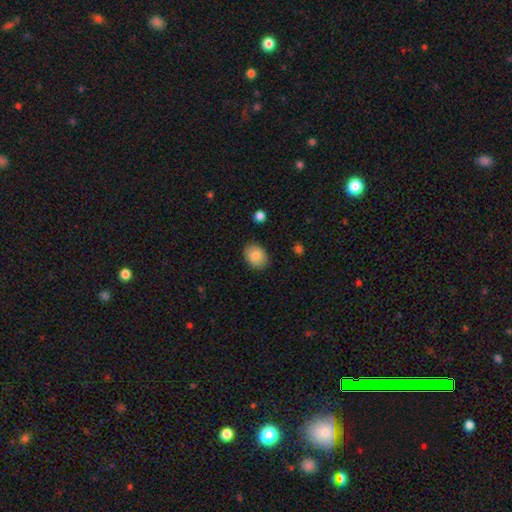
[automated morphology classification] Smooth or featured?
  - smooth: 84% *
  - featured or disk: 8%
  - star or artifact: 7%
How rounded?
  - in between: 62% *
  - round: 37%
  - cigar-shaped: 1%
Merging?
  - none: 87% *
  - minor disturbance: 9%
  - major disturbance: 2%
  - merger: 1%